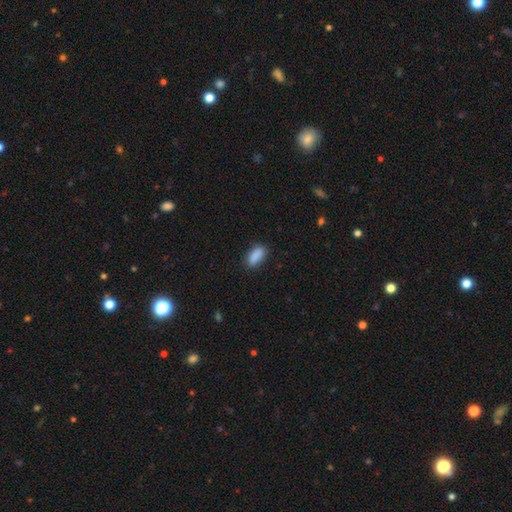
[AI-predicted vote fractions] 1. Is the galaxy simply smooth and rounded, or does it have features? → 89% smooth, 8% star or artifact, 4% featured or disk.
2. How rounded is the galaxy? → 86% in between, 10% cigar-shaped, 3% round.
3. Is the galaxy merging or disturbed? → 81% none, 15% minor disturbance, 3% major disturbance, 2% merger.